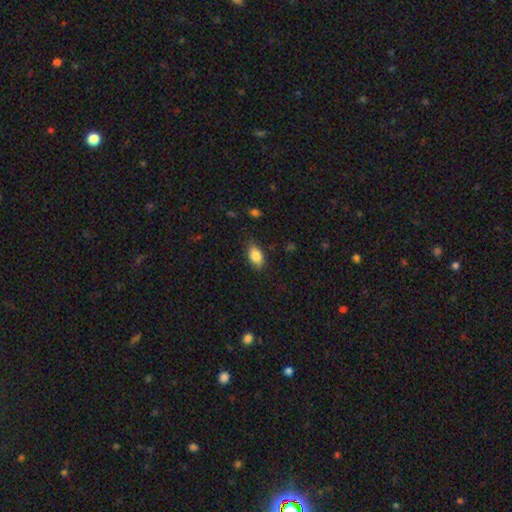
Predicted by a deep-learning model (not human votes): Smooth or featured? smooth (85%)
How rounded? in between (90%)
Merging? none (82%)